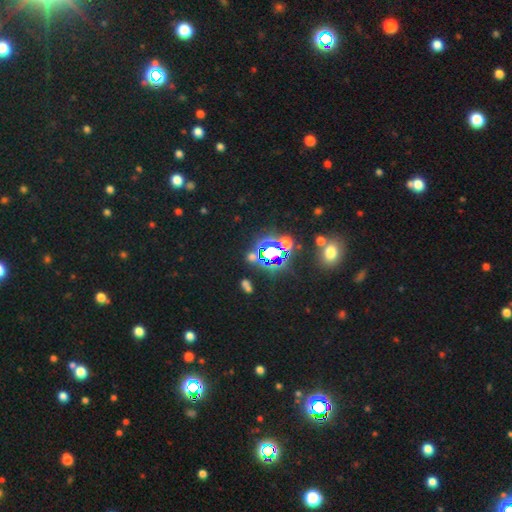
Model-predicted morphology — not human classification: Overall: star or artifact (77%).